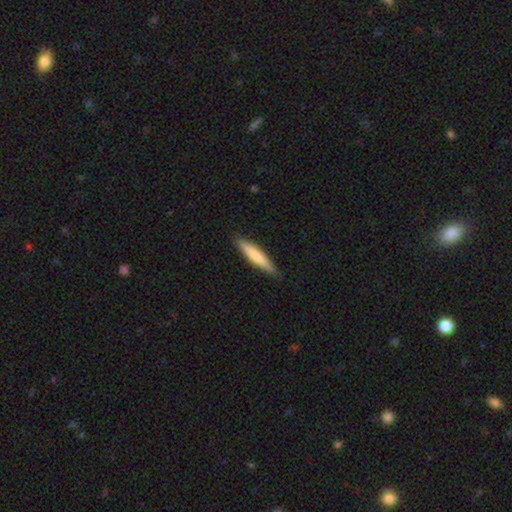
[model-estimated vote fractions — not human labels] Smooth or featured? Predicted: smooth (p=0.71). How rounded? Predicted: cigar-shaped (p=0.89). Merging? Predicted: none (p=0.86).